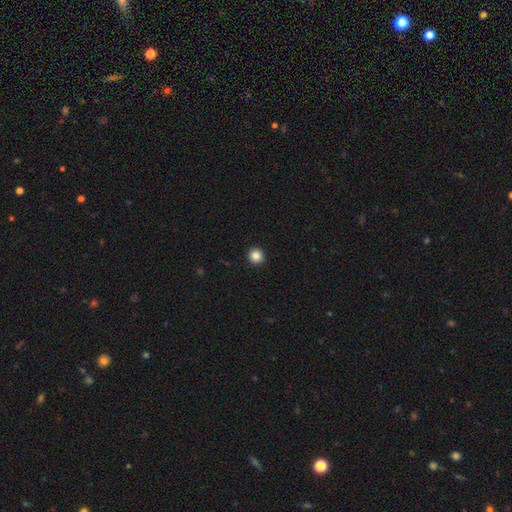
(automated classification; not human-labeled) A smooth galaxy with no disk features (85%) that is round (95%).

Vote fractions:
- Smooth or featured? smooth: 85% / star or artifact: 10% / featured or disk: 4%
- How rounded? round: 95% / in between: 4% / cigar-shaped: 1%
- Merging? none: 94% / minor disturbance: 4% / major disturbance: 1% / merger: 1%